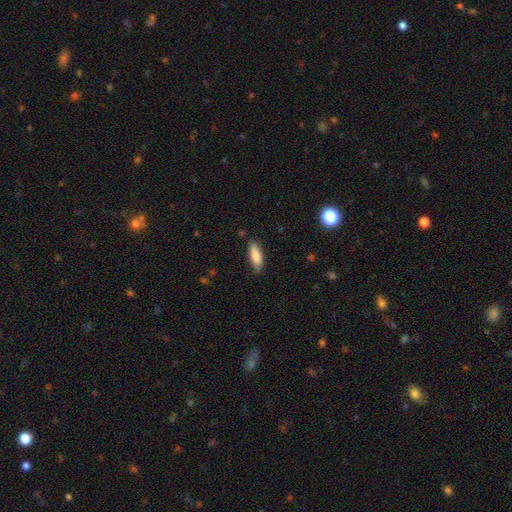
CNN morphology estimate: type=smooth (83%); roundness=in between (61%); merging=none (83%).